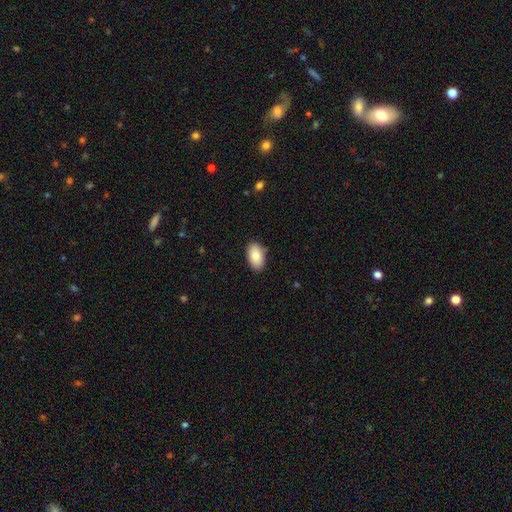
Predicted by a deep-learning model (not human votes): Smooth or featured: smooth — 87% (featured or disk — 7%)
How rounded: in between — 94% (round — 4%)
Merging: none — 86% (minor disturbance — 11%)